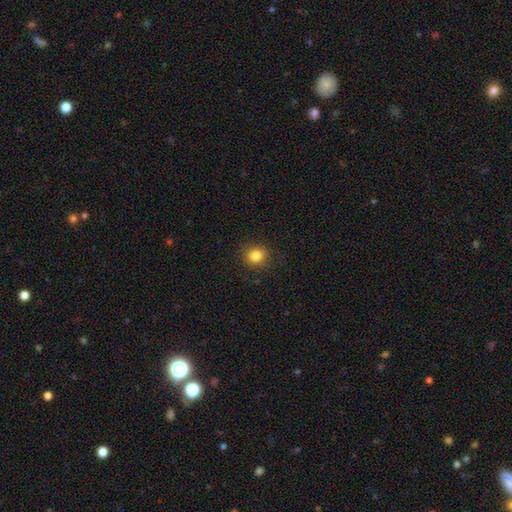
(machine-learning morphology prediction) smooth_or_featured: smooth (p=0.84) [alt: star or artifact p=0.11]
how_rounded: round (p=0.85) [alt: in between p=0.14]
merging: none (p=0.89) [alt: minor disturbance p=0.07]